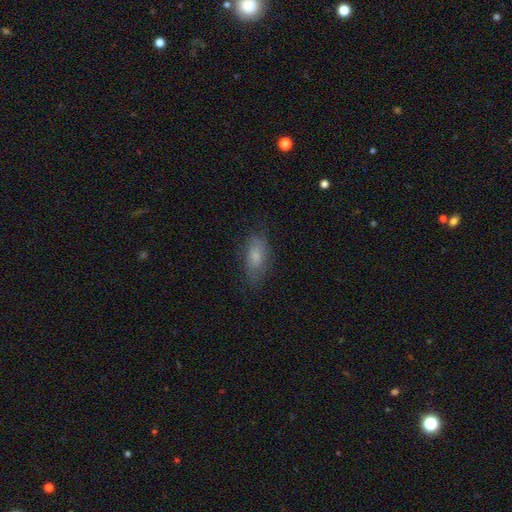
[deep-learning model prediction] Smooth or featured? Predicted: smooth (p=0.66). How rounded? Predicted: in between (p=0.88). Merging? Predicted: none (p=0.71).